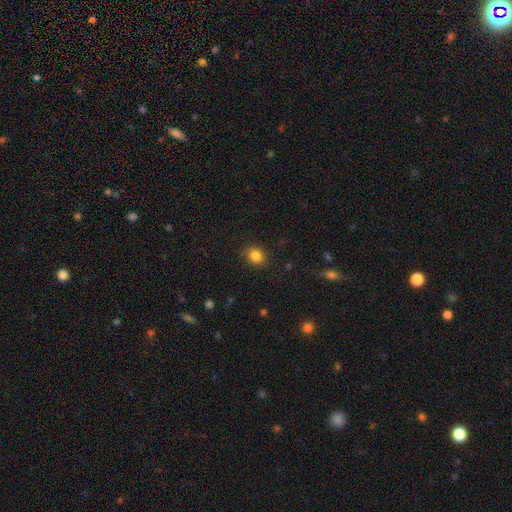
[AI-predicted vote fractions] Overall: smooth (84%). How rounded: round (79%). Merging: none (87%).